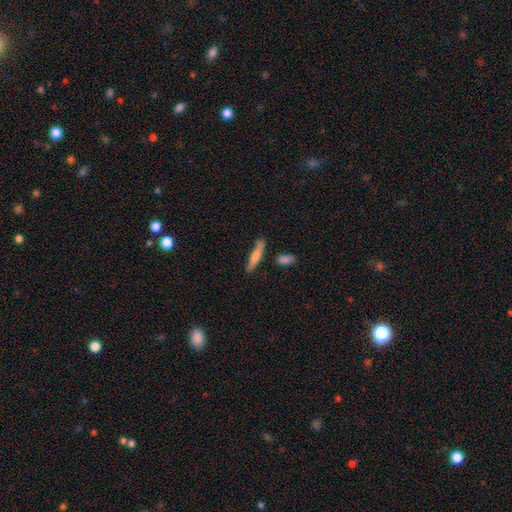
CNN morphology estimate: Smooth or featured?
  - smooth: 67% *
  - featured or disk: 27%
  - star or artifact: 6%
How rounded?
  - cigar-shaped: 85% *
  - in between: 13%
  - round: 2%
Merging?
  - none: 68% *
  - minor disturbance: 18%
  - merger: 9%
  - major disturbance: 5%